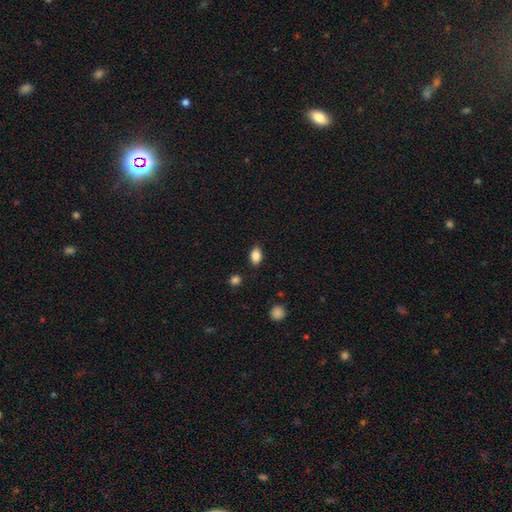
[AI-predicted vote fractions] The model was most divided on "how rounded": in between: 85%, round: 13%, cigar-shaped: 2%. More confident: smooth or featured — smooth (86%); merging — none (86%).